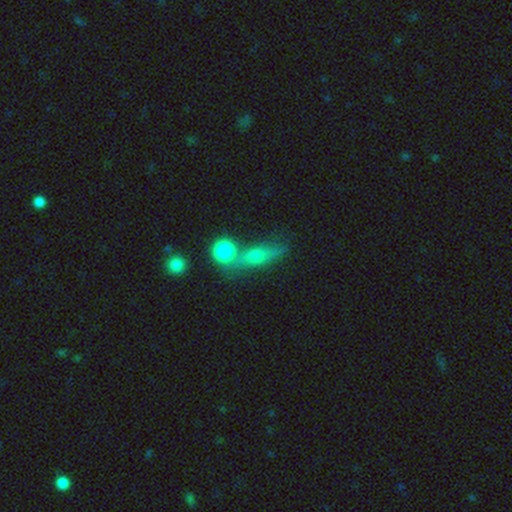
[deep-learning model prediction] Smooth or featured? smooth (50%)
How rounded? cigar-shaped (45%)
Merging? none (60%)